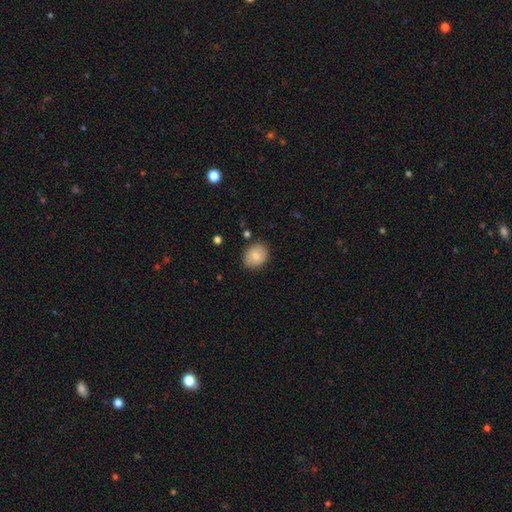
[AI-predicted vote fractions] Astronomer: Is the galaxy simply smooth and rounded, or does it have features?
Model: smooth — 81%.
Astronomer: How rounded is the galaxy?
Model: round — 59% (runner-up: in between, 40%).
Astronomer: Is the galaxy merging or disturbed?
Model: none — 85%.